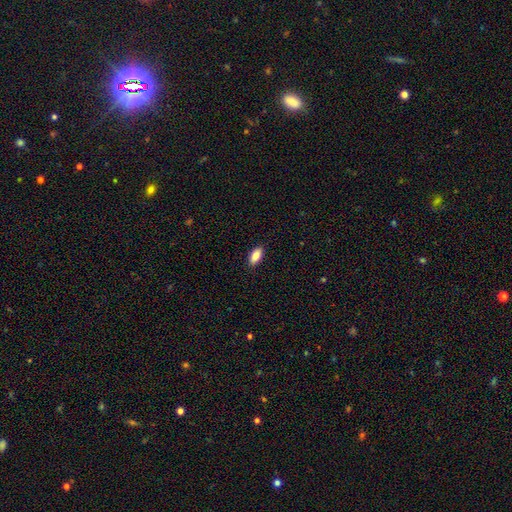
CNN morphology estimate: Q: Smooth or featured?
A: smooth (85%); runner-up: featured or disk (8%)
Q: How rounded?
A: in between (88%); runner-up: cigar-shaped (10%)
Q: Merging?
A: none (89%); runner-up: minor disturbance (8%)